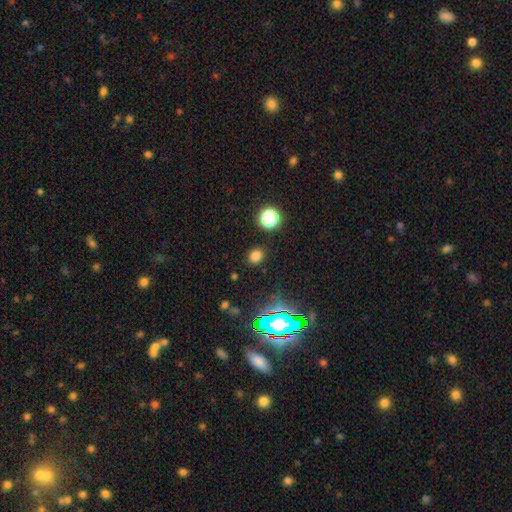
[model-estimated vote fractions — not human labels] Smooth or featured? Predicted: smooth (p=0.73). How rounded? Predicted: round (p=0.69). Merging? Predicted: none (p=0.87).